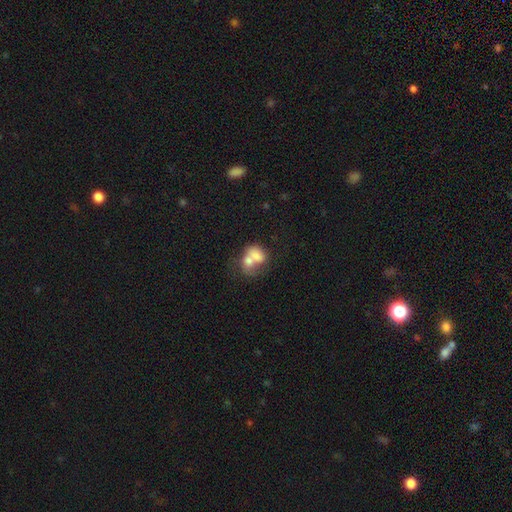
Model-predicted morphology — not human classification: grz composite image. It shows a smooth galaxy with no disk features (68%) that is in between round and cigar-shaped (64%). Merging: merger (72%).